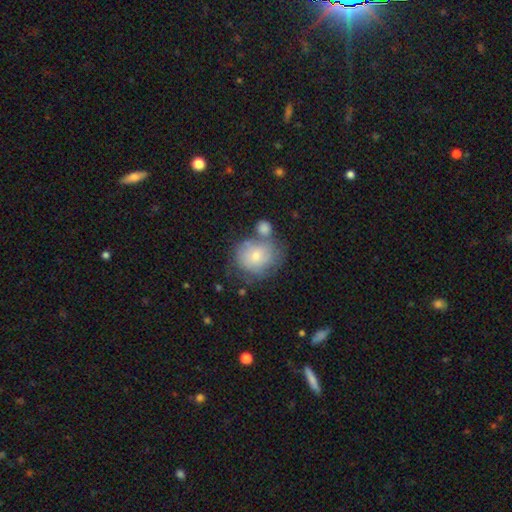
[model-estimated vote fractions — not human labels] This appears to be a smooth galaxy with no disk features (63%) that is round (77%). Merging: none (50%).